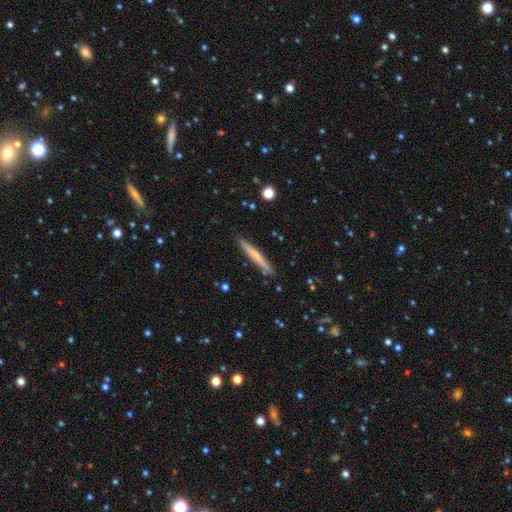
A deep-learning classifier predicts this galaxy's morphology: Smooth or featured? smooth (58%)
How rounded? cigar-shaped (96%)
Merging? none (89%)